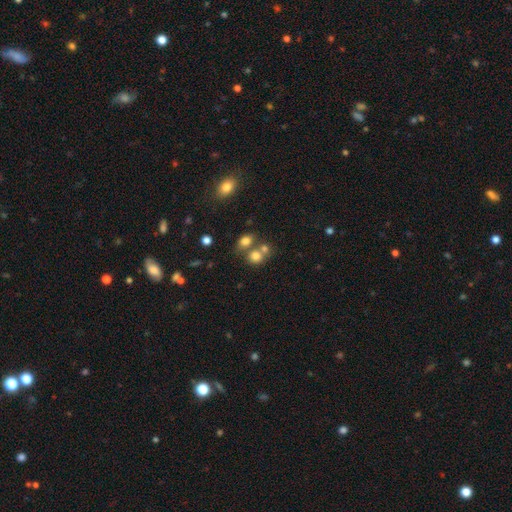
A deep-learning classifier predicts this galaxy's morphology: smooth-or-featured: smooth: 75% | star or artifact: 13% | featured or disk: 11%
  how-rounded: round: 71% | in between: 28% | cigar-shaped: 1%
  merging: none: 43% (tied) | merger: 43% (tied) | minor disturbance: 9% | major disturbance: 5%